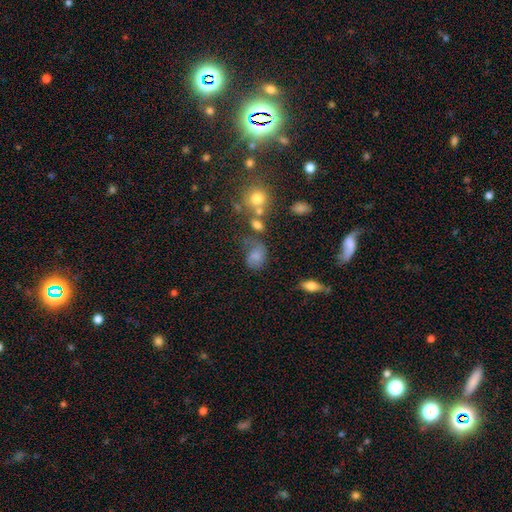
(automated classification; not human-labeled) smooth_or_featured: smooth (p=0.66) [alt: featured or disk p=0.22]
how_rounded: in between (p=0.67) [alt: round p=0.31]
merging: none (p=0.40) [alt: minor disturbance p=0.27]